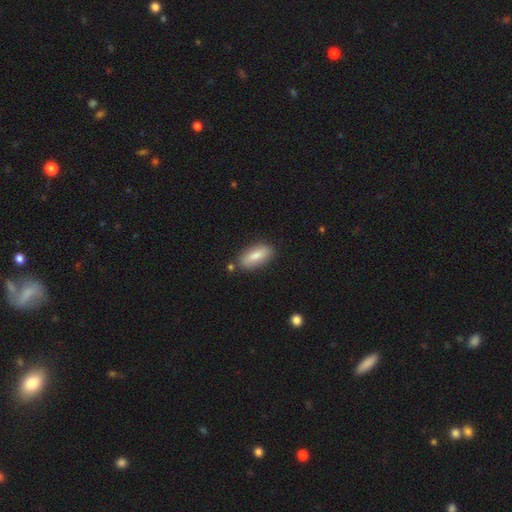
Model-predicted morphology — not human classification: A smooth galaxy with no disk features (81%) that is in between round and cigar-shaped (81%). Merging: none (81%).